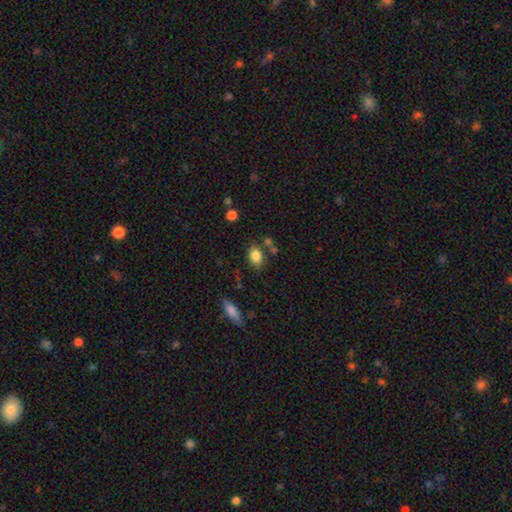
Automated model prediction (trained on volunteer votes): smooth-or-featured: smooth: 84% | star or artifact: 10% | featured or disk: 7%
  how-rounded: in between: 73% | round: 26% | cigar-shaped: 2%
  merging: none: 71% | minor disturbance: 15% | merger: 9% | major disturbance: 5%